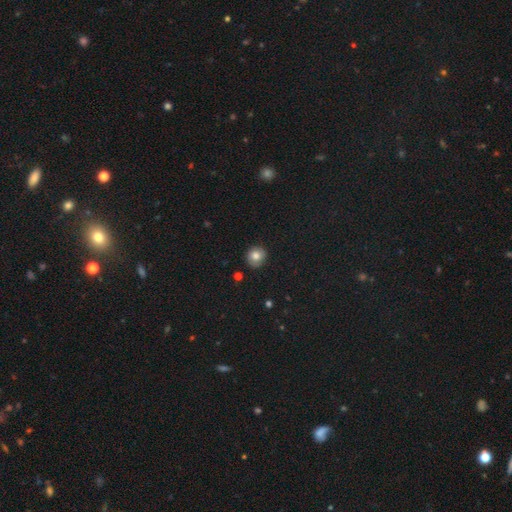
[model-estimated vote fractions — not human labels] A smooth galaxy with no disk features (79%) that is round (84%).

Vote fractions:
- Smooth or featured? smooth: 79% / featured or disk: 11% / star or artifact: 10%
- How rounded? round: 84% / in between: 15% / cigar-shaped: 1%
- Merging? none: 83% / minor disturbance: 13% / major disturbance: 3% / merger: 1%